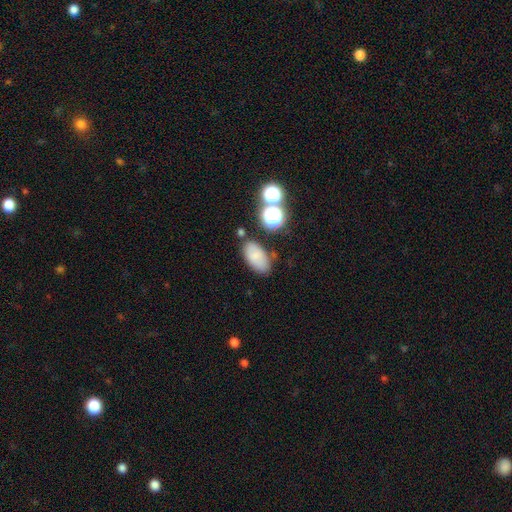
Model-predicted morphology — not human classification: This appears to be a smooth galaxy with no disk features (77%) that is in between round and cigar-shaped (91%). Merging: none (74%).